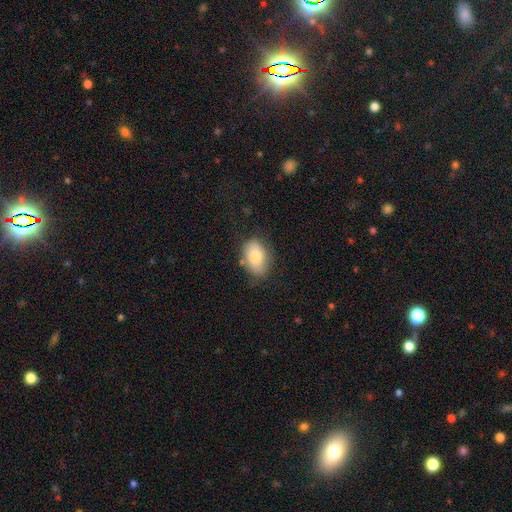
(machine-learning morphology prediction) Q: Smooth or featured?
A: smooth (80%); runner-up: featured or disk (13%)
Q: How rounded?
A: in between (88%); runner-up: round (11%)
Q: Merging?
A: none (72%); runner-up: minor disturbance (21%)